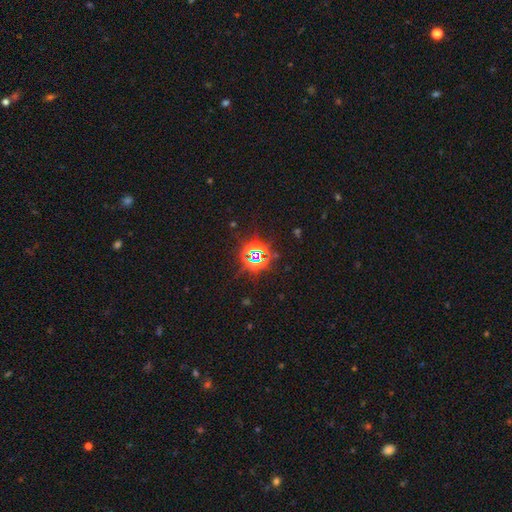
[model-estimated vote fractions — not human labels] The model was most divided on "smooth or featured": star or artifact: 79%, smooth: 13%, featured or disk: 8%.